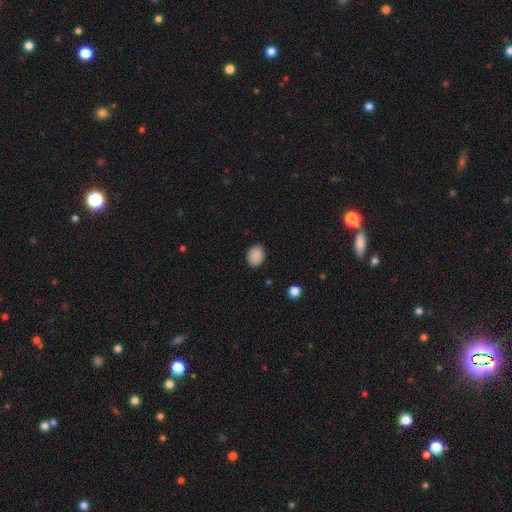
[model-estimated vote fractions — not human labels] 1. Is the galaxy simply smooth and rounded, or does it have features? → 89% smooth, 9% star or artifact, 3% featured or disk.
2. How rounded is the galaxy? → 53% in between, 46% round, 1% cigar-shaped.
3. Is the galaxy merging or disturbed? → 86% none, 10% minor disturbance, 2% major disturbance, 1% merger.